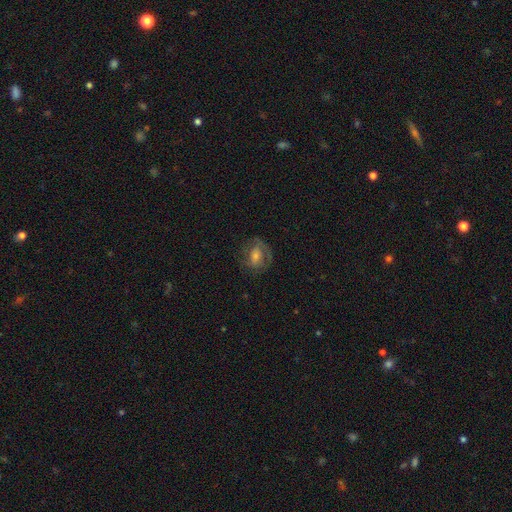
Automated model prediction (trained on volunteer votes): The model was most divided on "smooth or featured": featured or disk: 52%, smooth: 37%, star or artifact: 11%. More confident: edge-on disk — no (95%); merging — none (65%).